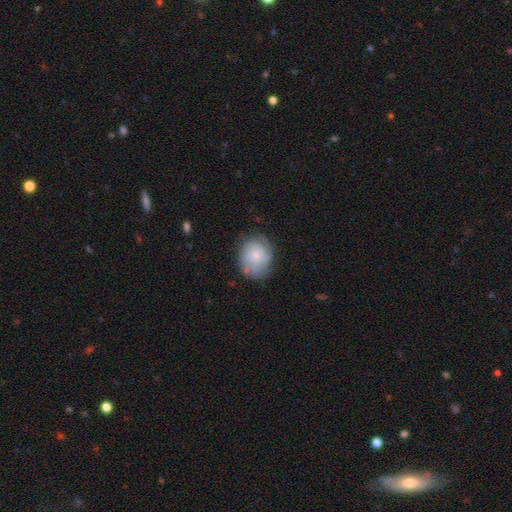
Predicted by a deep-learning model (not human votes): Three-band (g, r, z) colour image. It shows a smooth galaxy with no disk features (55%) that is round (63%). Merging: none (66%).